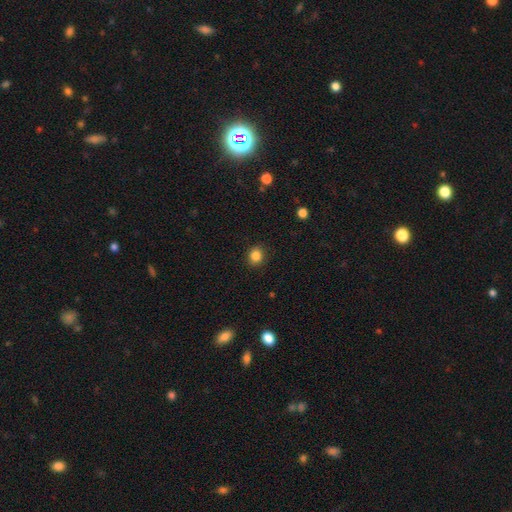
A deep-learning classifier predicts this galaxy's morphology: Smooth or featured: smooth — 85% (star or artifact — 11%)
How rounded: round — 77% (in between — 22%)
Merging: none — 89% (minor disturbance — 8%)